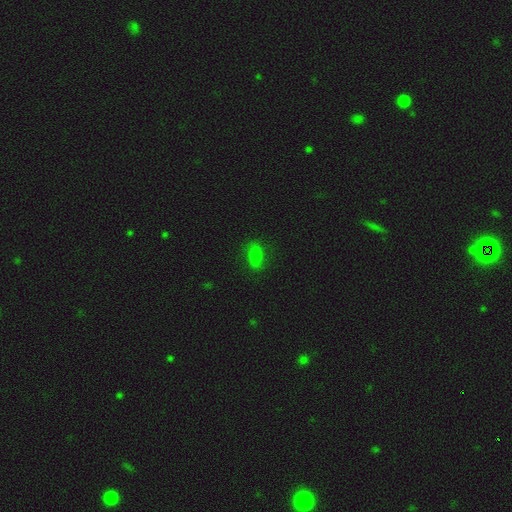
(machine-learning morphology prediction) The model was most divided on "smooth or featured": smooth: 72%, star or artifact: 15%, featured or disk: 13%. More confident: how rounded — in between (81%); merging — none (79%).